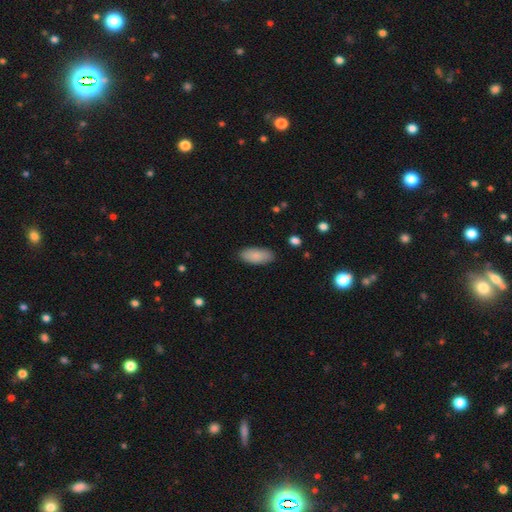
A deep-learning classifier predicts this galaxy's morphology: This is clearly a smooth galaxy (88%). How rounded: clearly in between (89%). Merging: clearly none (86%).